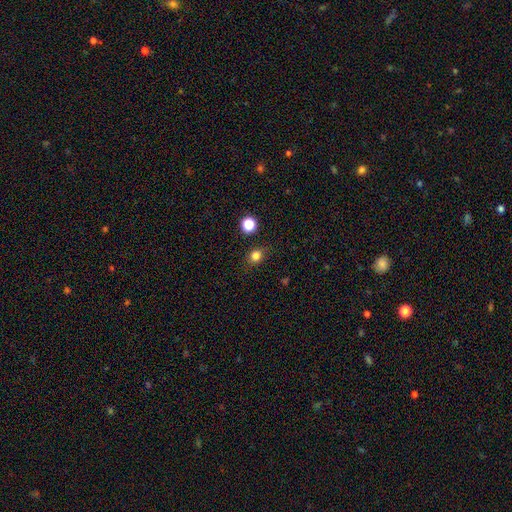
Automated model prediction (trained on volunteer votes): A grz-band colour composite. It shows a smooth galaxy with no disk features (81%) that is round (69%). Merging: none (83%).